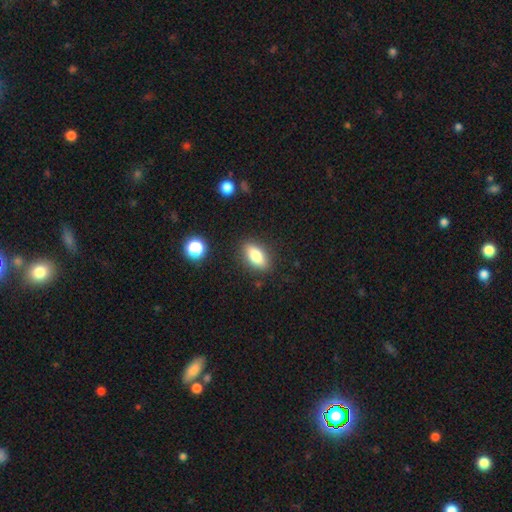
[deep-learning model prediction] smooth-or-featured: smooth: 77% | featured or disk: 15% | star or artifact: 8%
  how-rounded: in between: 82% | cigar-shaped: 13% | round: 5%
  merging: none: 86% | minor disturbance: 9% | major disturbance: 3% | merger: 2%